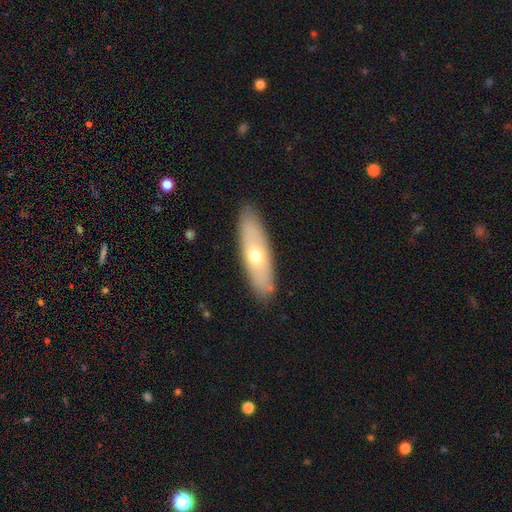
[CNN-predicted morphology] Q: Smooth or featured?
A: smooth (55%); runner-up: featured or disk (39%)
Q: How rounded?
A: cigar-shaped (51%); runner-up: in between (47%)
Q: Merging?
A: none (87%); runner-up: minor disturbance (10%)